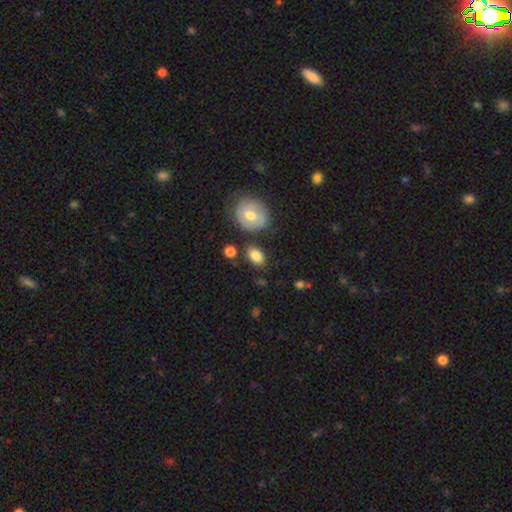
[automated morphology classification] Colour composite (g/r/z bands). It shows a smooth galaxy with no disk features (83%) that is in between round and cigar-shaped (82%). Merging: none (76%).